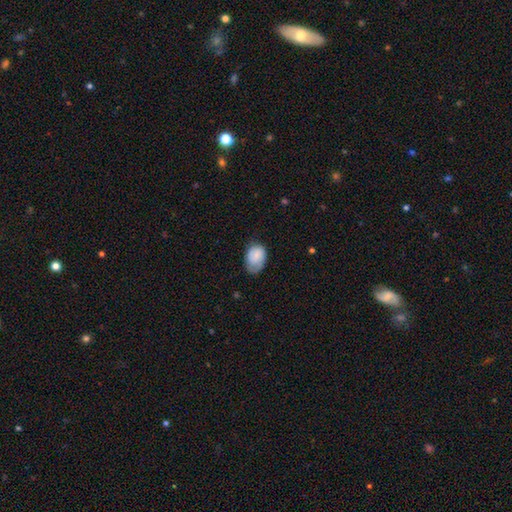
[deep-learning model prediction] Morphology: type=smooth (77%); roundness=in between (81%); merging=none (52%).